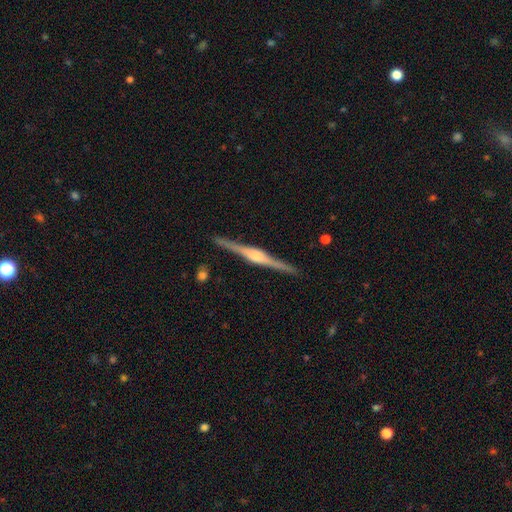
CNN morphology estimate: Overall: featured or disk (87%). Edge-on disk: yes (99%). Edge-on bulge: rounded (82%). Merging: none (92%).